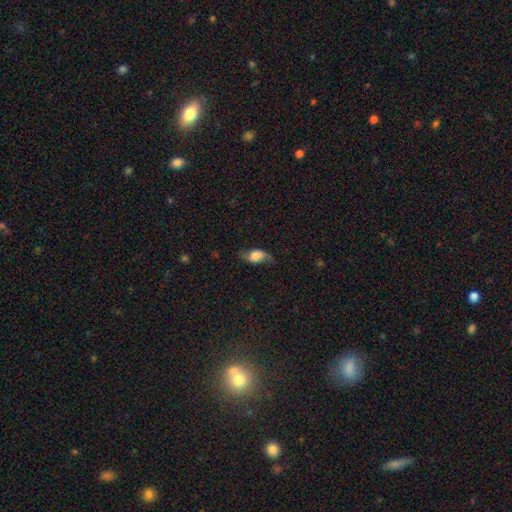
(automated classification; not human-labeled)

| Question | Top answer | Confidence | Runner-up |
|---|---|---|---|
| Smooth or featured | smooth | 52% | featured or disk (39%) |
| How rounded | in between | 81% | round (13%) |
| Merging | none | 66% | minor disturbance (24%) |